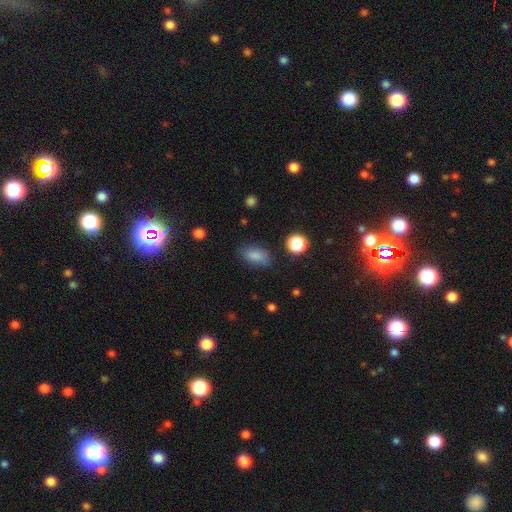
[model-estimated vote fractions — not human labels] Smooth or featured? smooth (83%)
How rounded? in between (87%)
Merging? none (79%)